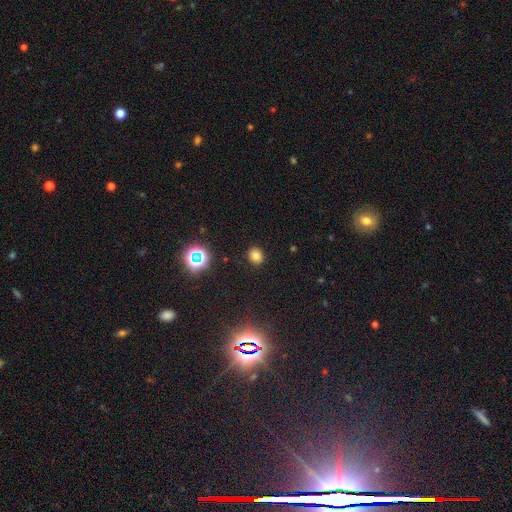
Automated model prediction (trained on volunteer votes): A smooth galaxy with no disk features (74%) that is round (71%).

Vote fractions:
- Smooth or featured? smooth: 74% / star or artifact: 19% / featured or disk: 7%
- How rounded? round: 71% / in between: 28% / cigar-shaped: 1%
- Merging? none: 89% / minor disturbance: 7% / major disturbance: 2% / merger: 1%